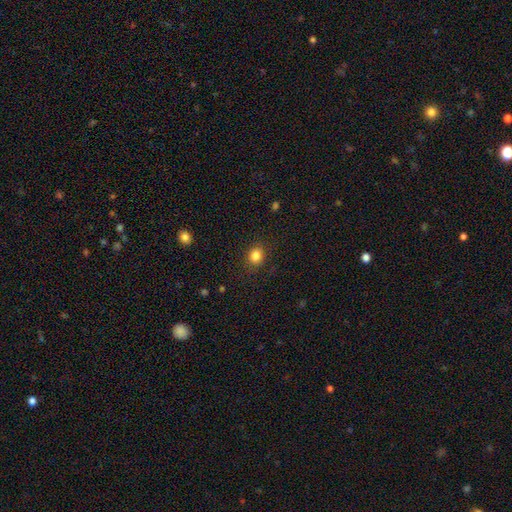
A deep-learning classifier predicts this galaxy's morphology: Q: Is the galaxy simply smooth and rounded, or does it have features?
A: smooth — 84%.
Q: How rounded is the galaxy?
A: round — 69%.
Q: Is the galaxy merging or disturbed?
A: none — 87%.